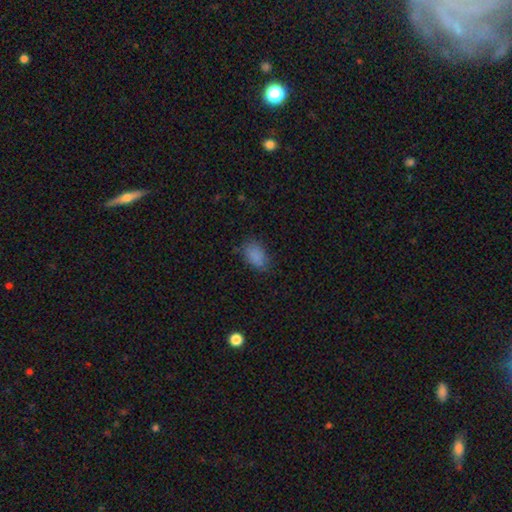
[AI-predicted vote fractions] smooth_or_featured: smooth (p=0.83) [alt: star or artifact p=0.11]
how_rounded: in between (p=0.90) [alt: round p=0.08]
merging: none (p=0.68) [alt: minor disturbance p=0.23]